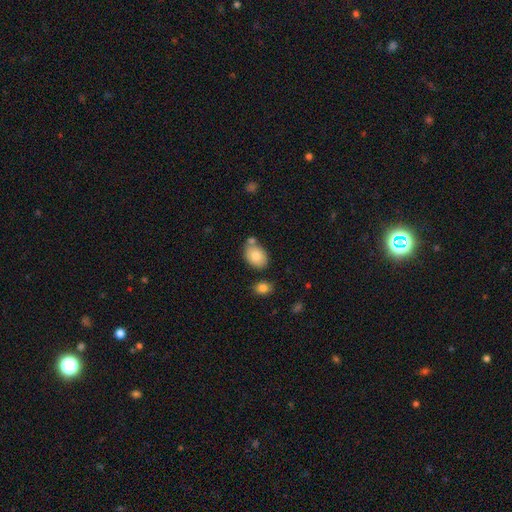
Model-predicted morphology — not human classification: A smooth galaxy with no disk features (82%) that is in between round and cigar-shaped (78%).

Vote fractions:
- Smooth or featured? smooth: 82% / featured or disk: 11% / star or artifact: 7%
- How rounded? in between: 78% / round: 21% / cigar-shaped: 1%
- Merging? none: 61% / merger: 18% / minor disturbance: 17% / major disturbance: 4%